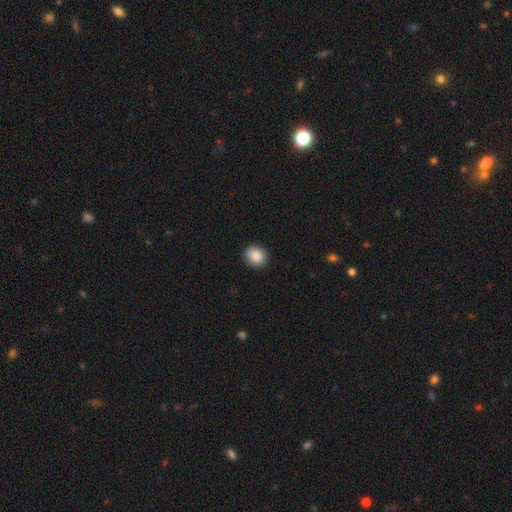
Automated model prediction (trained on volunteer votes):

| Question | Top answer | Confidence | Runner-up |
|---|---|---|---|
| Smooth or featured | smooth | 88% | star or artifact (8%) |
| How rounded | round | 62% | in between (37%) |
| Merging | none | 91% | minor disturbance (7%) |